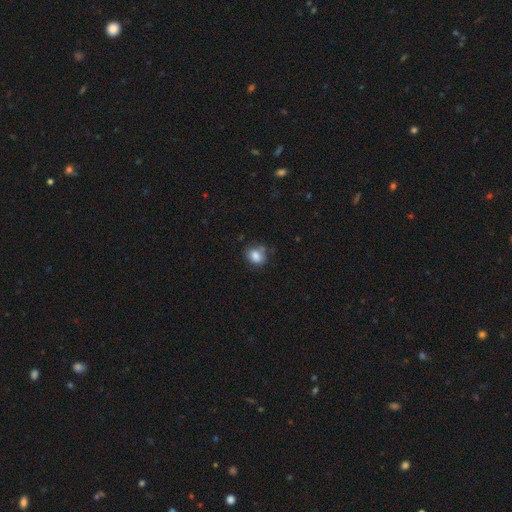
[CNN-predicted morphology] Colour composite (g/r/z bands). It shows a smooth galaxy with no disk features (81%) that is round (52%). Merging: none (63%).